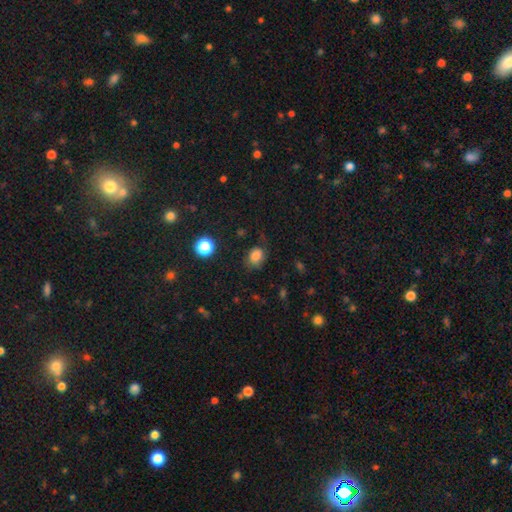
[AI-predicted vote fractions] Smooth or featured? Predicted: smooth (p=0.76). How rounded? Predicted: in between (p=0.50). Merging? Predicted: none (p=0.57).